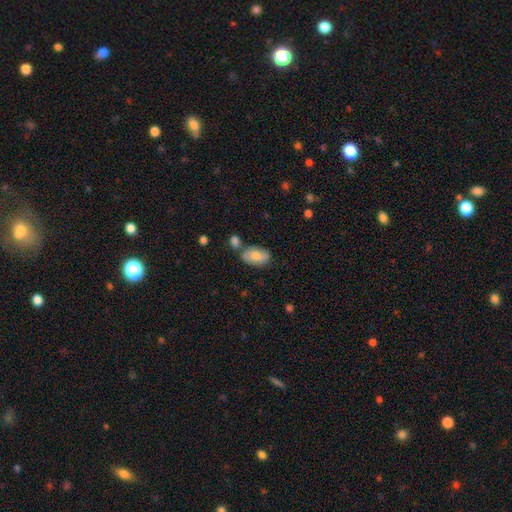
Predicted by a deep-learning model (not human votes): The model was most divided on "merging": none: 59%, minor disturbance: 20%, merger: 15%, major disturbance: 5%. More confident: how rounded — in between (91%); smooth or featured — smooth (67%).